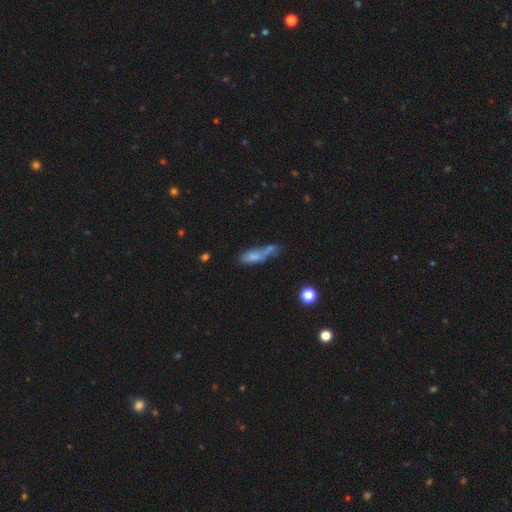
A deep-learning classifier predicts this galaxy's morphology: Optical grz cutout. It shows a smooth galaxy with no disk features (64%) that is in between round and cigar-shaped (49%). Merging: none (31%).